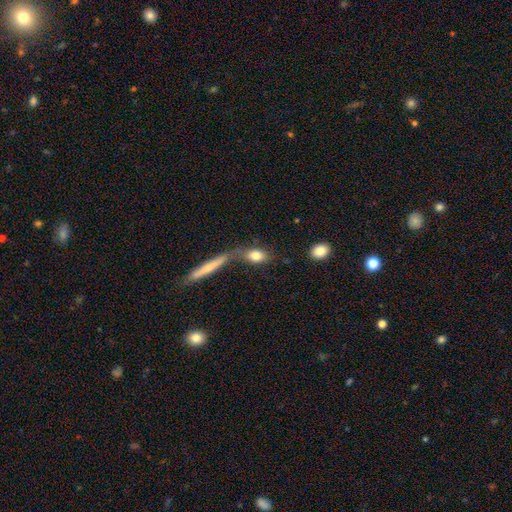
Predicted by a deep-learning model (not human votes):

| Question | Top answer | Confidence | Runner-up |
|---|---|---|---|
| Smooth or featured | smooth | 78% | featured or disk (13%) |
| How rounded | in between | 69% | round (20%) |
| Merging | none | 54% | merger (27%) |